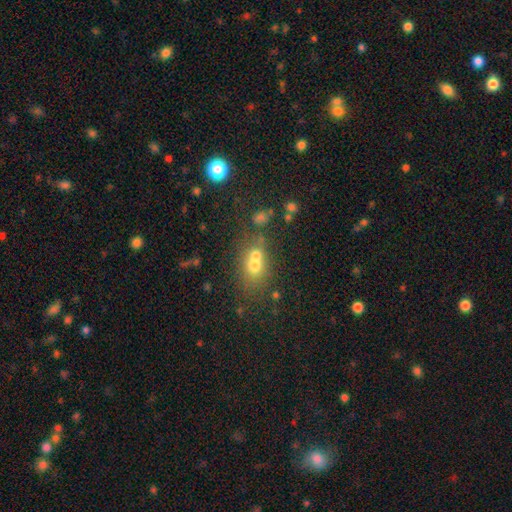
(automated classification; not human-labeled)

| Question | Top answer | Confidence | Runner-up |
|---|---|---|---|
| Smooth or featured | smooth | 62% | featured or disk (22%) |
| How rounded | in between | 50% | round (48%) |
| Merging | merger | 59% | none (27%) |